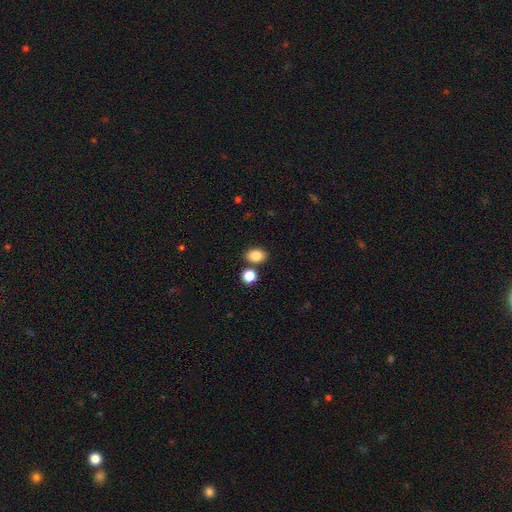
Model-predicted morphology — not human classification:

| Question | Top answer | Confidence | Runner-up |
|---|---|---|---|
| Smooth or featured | smooth | 84% | star or artifact (10%) |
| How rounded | in between | 71% | round (28%) |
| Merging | none | 77% | merger (11%) |